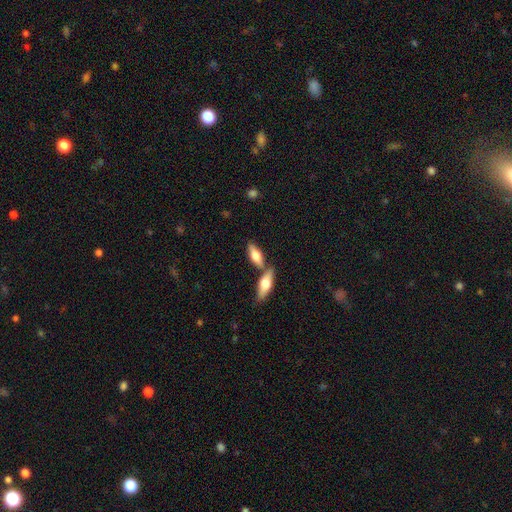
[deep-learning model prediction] This appears to be a smooth galaxy with no disk features (63%) that is in between round and cigar-shaped (68%). Merging: none (56%).